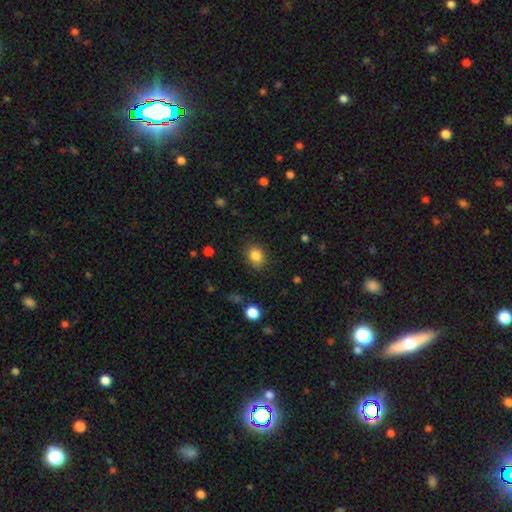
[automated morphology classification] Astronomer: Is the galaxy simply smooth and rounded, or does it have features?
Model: smooth — 85%.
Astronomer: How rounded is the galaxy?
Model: round — 65%.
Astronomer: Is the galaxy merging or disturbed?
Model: none — 83%.